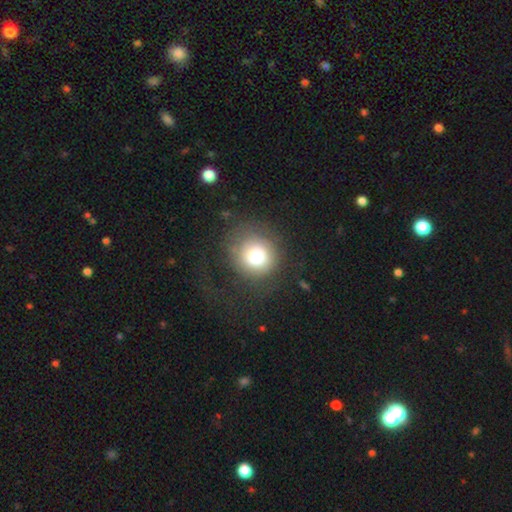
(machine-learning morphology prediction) smooth 73%, featured or disk 16%, star or artifact 11%. Down the decision tree: how rounded — round (90%); merging — none (68%).